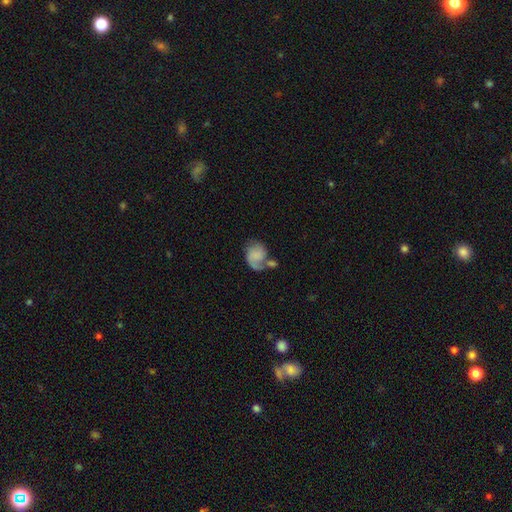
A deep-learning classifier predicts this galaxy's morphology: type=featured or disk (54%); edge-on=no (98%); bar=no (70%); spiral arms=yes (86%); bulge=none (58%); merging=none (32%).